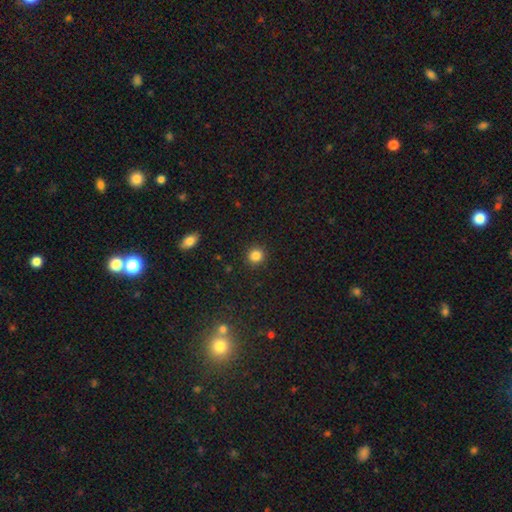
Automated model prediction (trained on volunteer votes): Smooth or featured? Predicted: smooth (p=0.85). How rounded? Predicted: round (p=0.90). Merging? Predicted: none (p=0.91).